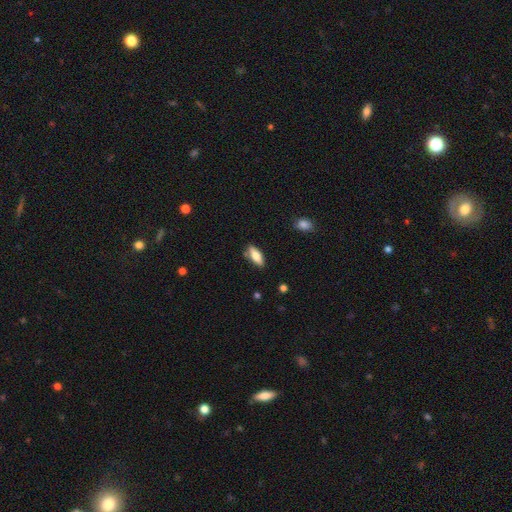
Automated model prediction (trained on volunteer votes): Smooth or featured?
  - smooth: 75% *
  - featured or disk: 19%
  - star or artifact: 6%
How rounded?
  - in between: 73% *
  - cigar-shaped: 25%
  - round: 2%
Merging?
  - none: 82% *
  - minor disturbance: 13%
  - merger: 3%
  - major disturbance: 2%